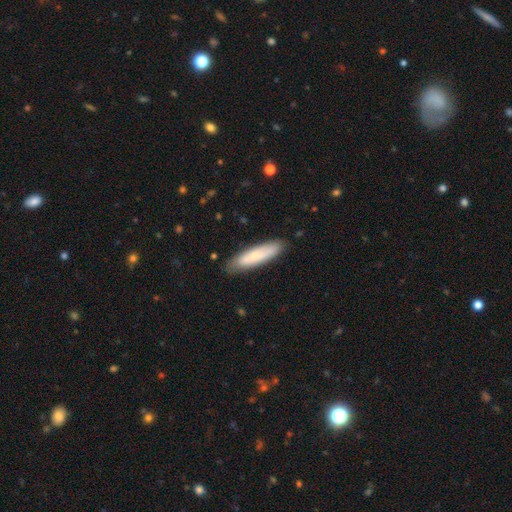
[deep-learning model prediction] smooth 73%, featured or disk 21%, star or artifact 6%. Down the decision tree: how rounded — cigar-shaped (75%); merging — none (84%).